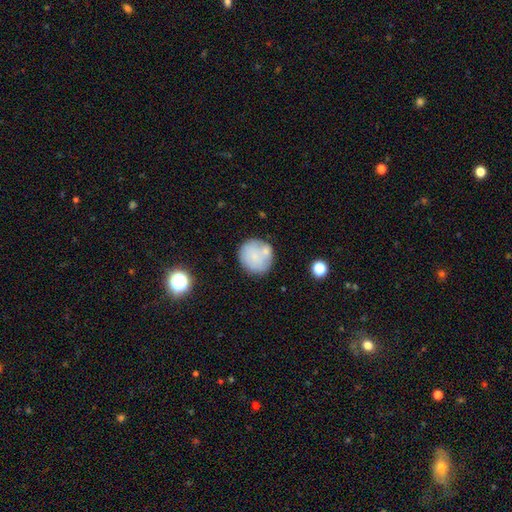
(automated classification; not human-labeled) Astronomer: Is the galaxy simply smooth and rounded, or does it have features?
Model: smooth — 71%.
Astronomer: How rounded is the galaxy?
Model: round — 89%.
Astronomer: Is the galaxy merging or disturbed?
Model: none — 66%.